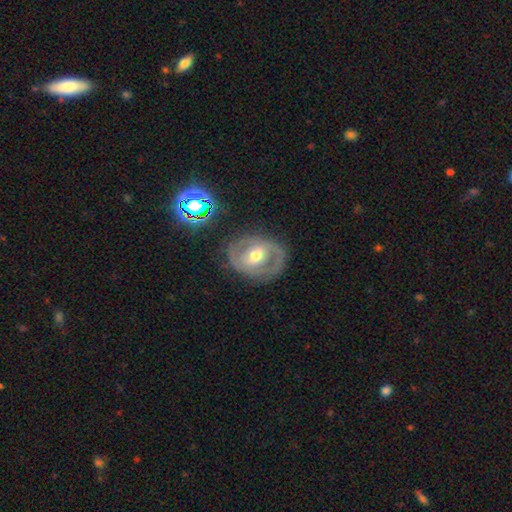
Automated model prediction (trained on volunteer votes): A featured or disk galaxy (72%) with no bar (39%, tied with weak), spiral arms (59%) and a moderate central bulge (74%). Merging: none (75%).